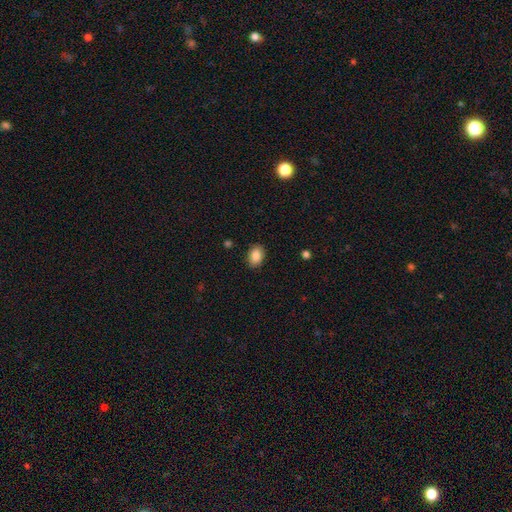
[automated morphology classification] Smooth or featured?
  - smooth: 87% *
  - star or artifact: 8%
  - featured or disk: 5%
How rounded?
  - in between: 80% *
  - round: 19%
  - cigar-shaped: 1%
Merging?
  - none: 89% *
  - minor disturbance: 8%
  - major disturbance: 2%
  - merger: 1%